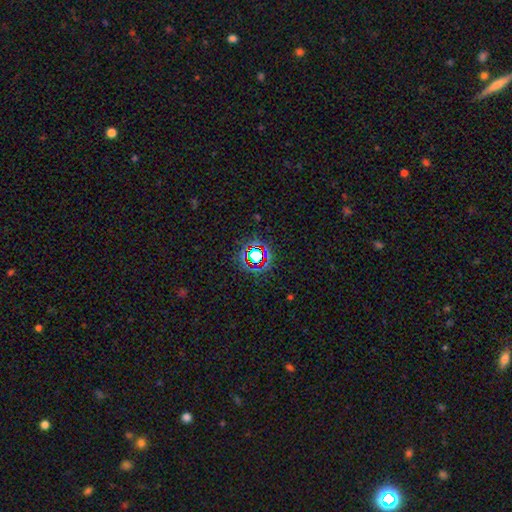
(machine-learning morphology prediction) Smooth or featured? star or artifact (69%)